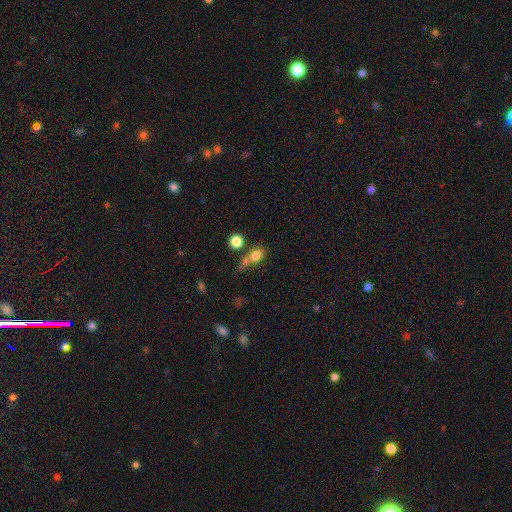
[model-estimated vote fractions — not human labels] Q: Smooth or featured?
A: smooth (75%); runner-up: featured or disk (13%)
Q: How rounded?
A: round (54%); runner-up: in between (40%)
Q: Merging?
A: merger (38%); tied with: none (38%)